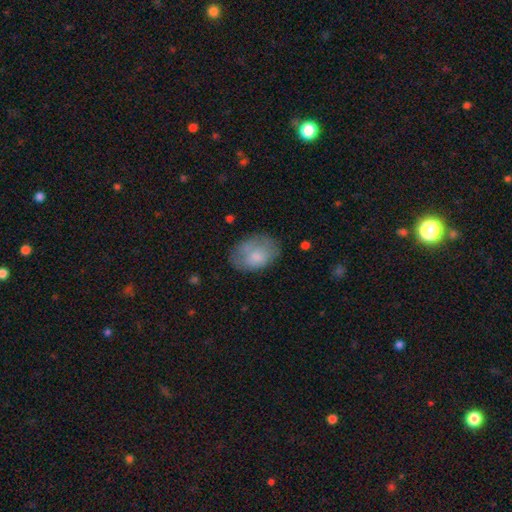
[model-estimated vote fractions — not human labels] Smooth or featured? smooth (74%)
How rounded? in between (82%)
Merging? none (64%)